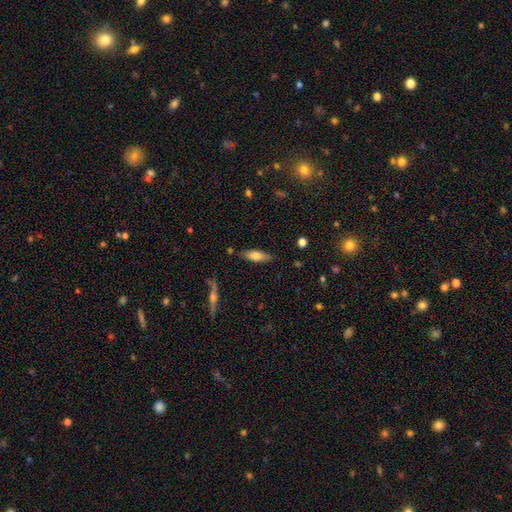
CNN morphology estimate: smooth_or_featured: smooth (p=0.66) [alt: featured or disk p=0.28]
how_rounded: in between (p=0.53) [alt: cigar-shaped p=0.45]
merging: none (p=0.80) [alt: minor disturbance p=0.14]